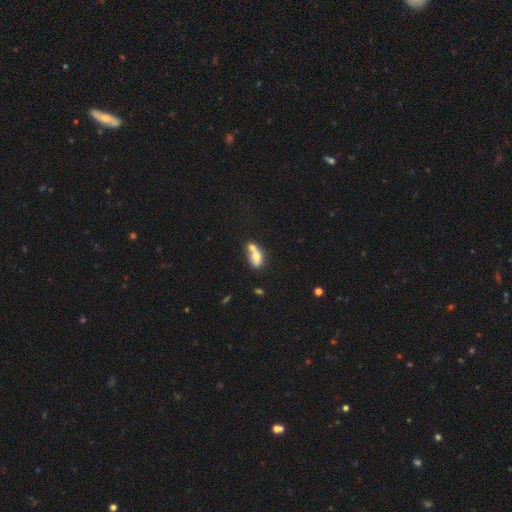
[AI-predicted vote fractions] A smooth galaxy with no disk features (65%) that is in between round and cigar-shaped (77%). Merging: merger (61%).